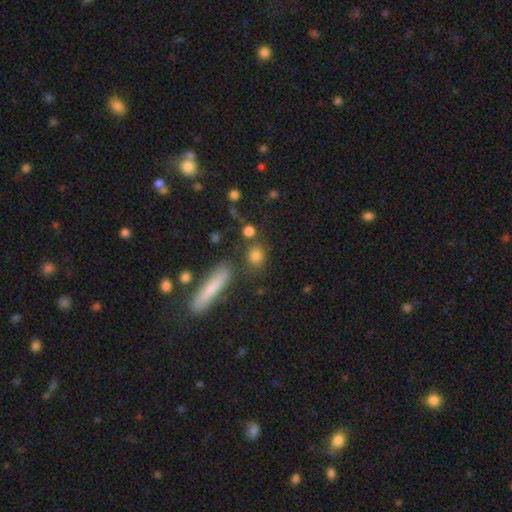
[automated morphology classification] smooth 81%, star or artifact 11%, featured or disk 8%. Down the decision tree: how rounded — round (59%); merging — none (75%).